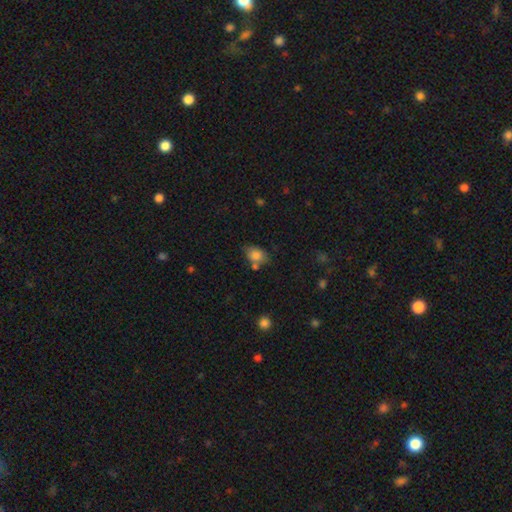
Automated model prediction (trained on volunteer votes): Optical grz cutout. It shows a smooth galaxy with no disk features (83%) that is in between round and cigar-shaped (74%). Merging: none (55%).